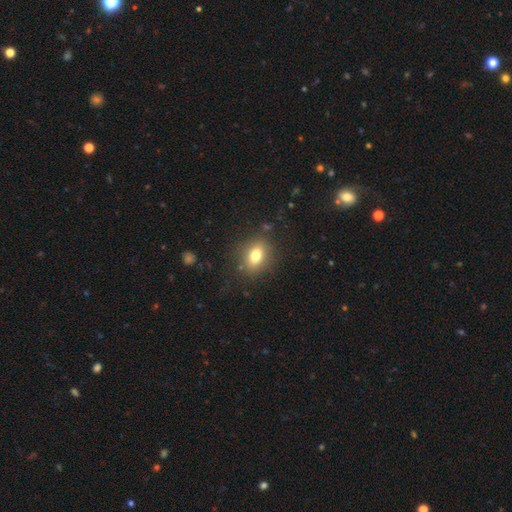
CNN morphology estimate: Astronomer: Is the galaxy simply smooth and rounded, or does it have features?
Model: smooth — 77%.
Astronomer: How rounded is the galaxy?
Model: in between — 64%.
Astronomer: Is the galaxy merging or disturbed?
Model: none — 84%.